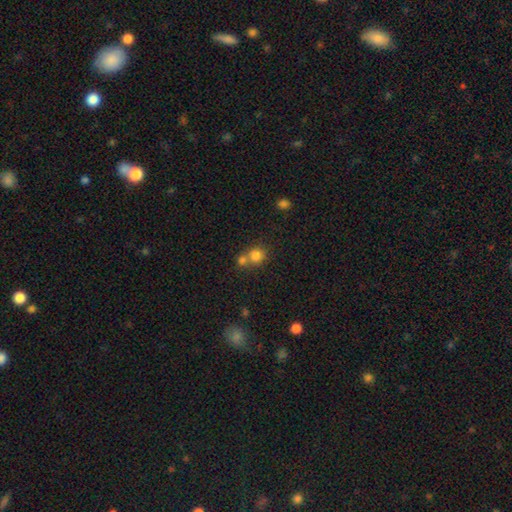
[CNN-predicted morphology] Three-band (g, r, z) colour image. It shows a smooth galaxy with no disk features (80%) that is round (85%). Merging: merger (45%, tied with none).